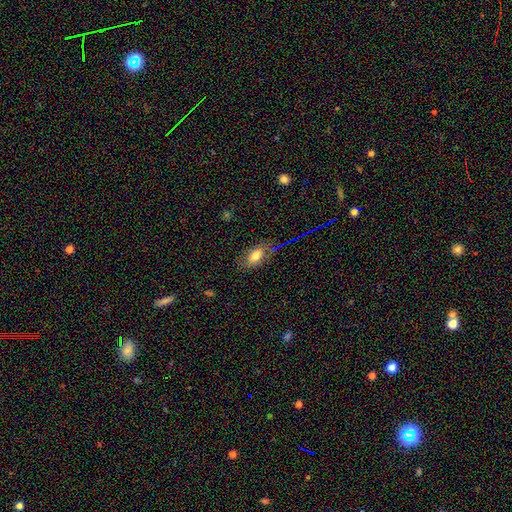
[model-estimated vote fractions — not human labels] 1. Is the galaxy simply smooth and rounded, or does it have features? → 75% smooth, 15% featured or disk, 10% star or artifact.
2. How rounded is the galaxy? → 90% in between, 7% round, 4% cigar-shaped.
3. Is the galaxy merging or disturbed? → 71% none, 19% minor disturbance, 6% major disturbance, 4% merger.